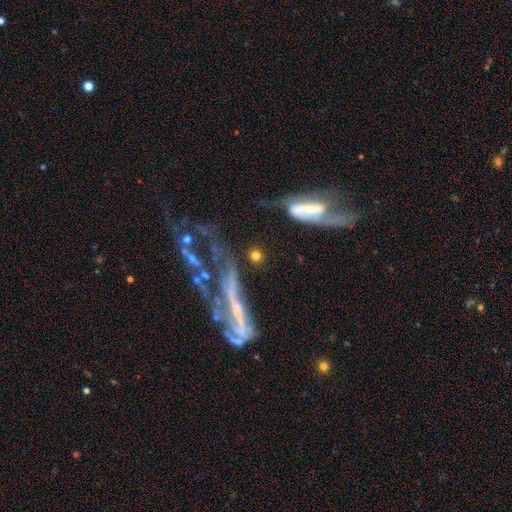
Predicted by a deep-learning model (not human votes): A smooth galaxy with no disk features (72%) that is round (78%).

Vote fractions:
- Smooth or featured? smooth: 72% / featured or disk: 18% / star or artifact: 10%
- How rounded? round: 78% / in between: 15% / cigar-shaped: 7%
- Merging? none: 65% / minor disturbance: 12% / merger: 12% / major disturbance: 11%